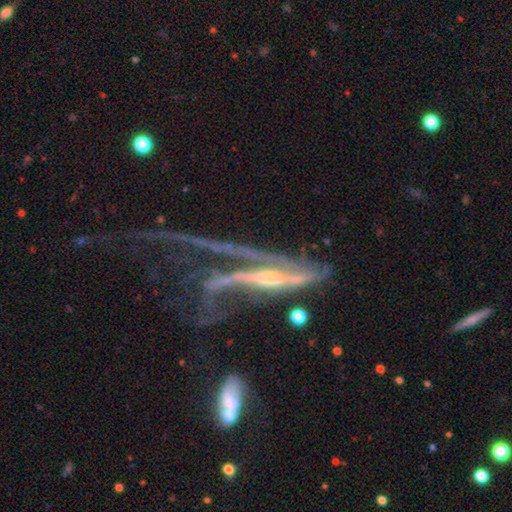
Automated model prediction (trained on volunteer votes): A featured or disk galaxy (80%).

Vote fractions:
- Smooth or featured? featured or disk: 80% / smooth: 10% / star or artifact: 10%
- Edge-on disk? no: 56% / yes: 44%
- Merging? major disturbance: 52% / merger: 20% / none: 17% / minor disturbance: 11%